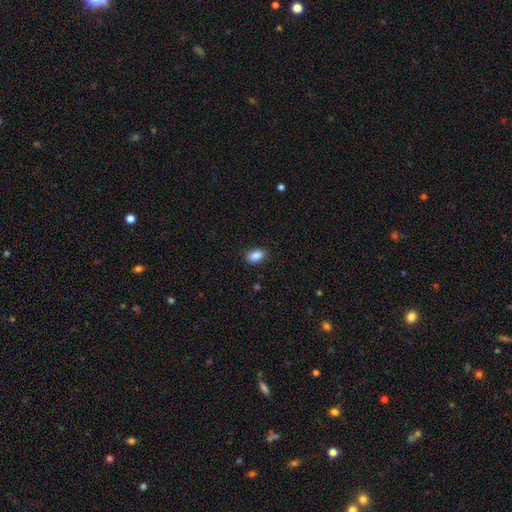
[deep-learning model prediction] Smooth or featured?
  - smooth: 88% *
  - star or artifact: 8%
  - featured or disk: 4%
How rounded?
  - in between: 85% *
  - round: 14%
  - cigar-shaped: 2%
Merging?
  - none: 86% *
  - minor disturbance: 11%
  - major disturbance: 2%
  - merger: 1%